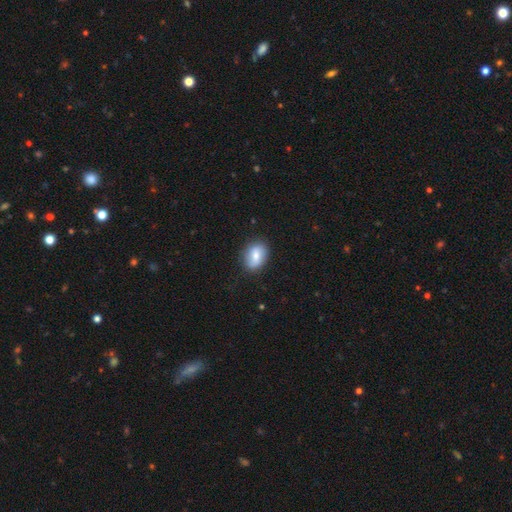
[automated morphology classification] Q: Smooth or featured?
A: smooth (65%); runner-up: featured or disk (28%)
Q: How rounded?
A: in between (70%); runner-up: round (29%)
Q: Merging?
A: none (80%); runner-up: minor disturbance (15%)